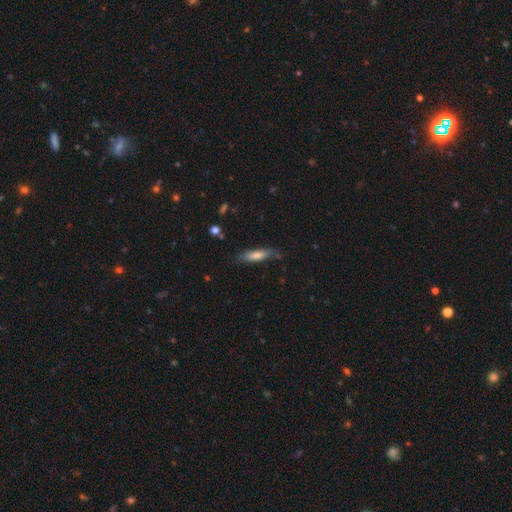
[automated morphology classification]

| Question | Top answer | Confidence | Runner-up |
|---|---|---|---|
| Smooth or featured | smooth | 69% | featured or disk (24%) |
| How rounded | cigar-shaped | 71% | in between (28%) |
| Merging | none | 73% | minor disturbance (21%) |